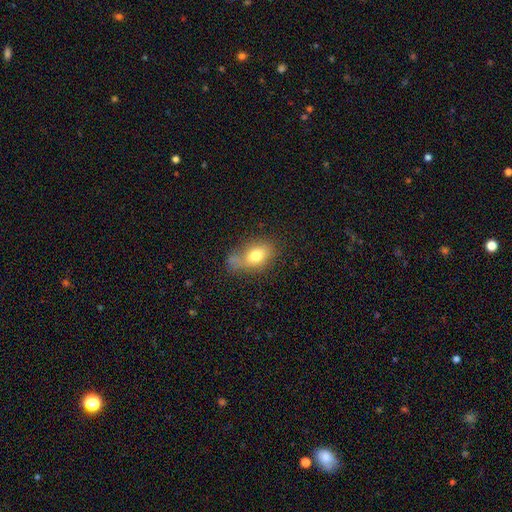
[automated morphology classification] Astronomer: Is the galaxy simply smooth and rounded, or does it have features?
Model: smooth — 74%.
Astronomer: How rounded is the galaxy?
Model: in between — 79%.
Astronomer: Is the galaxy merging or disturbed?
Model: none — 43% (runner-up: minor disturbance, 25%).